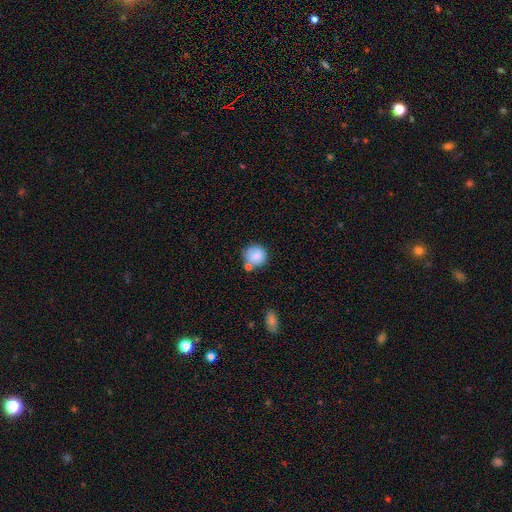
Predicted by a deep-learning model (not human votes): Smooth or featured: smooth — 85% (star or artifact — 8%)
How rounded: round — 90% (in between — 9%)
Merging: none — 62% (merger — 17%)